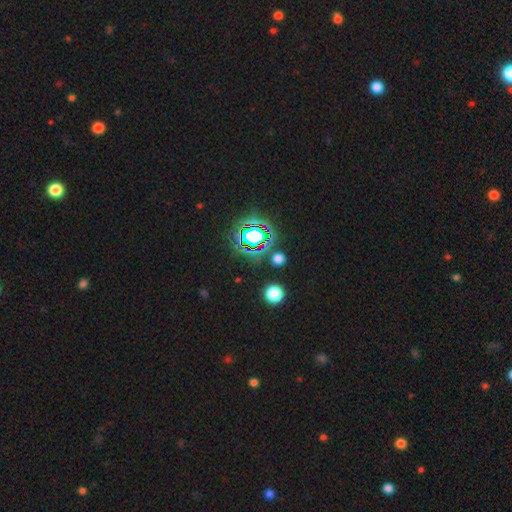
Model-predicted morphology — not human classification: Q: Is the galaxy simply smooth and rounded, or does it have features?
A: star or artifact — 78%.